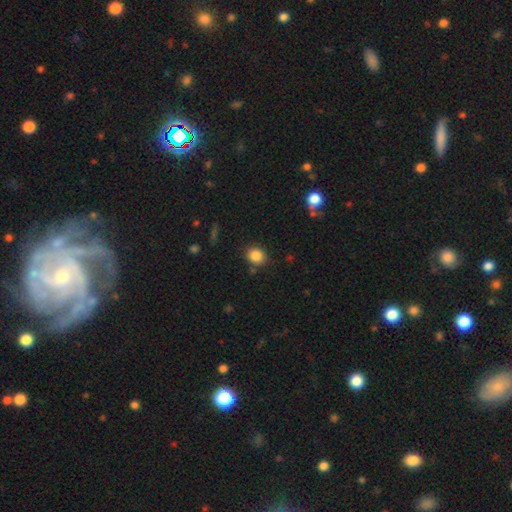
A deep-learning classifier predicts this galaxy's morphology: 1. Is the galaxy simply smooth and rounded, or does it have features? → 85% smooth, 10% star or artifact, 5% featured or disk.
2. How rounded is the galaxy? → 70% round, 29% in between, 1% cigar-shaped.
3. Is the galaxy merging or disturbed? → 83% none, 11% minor disturbance, 4% merger, 3% major disturbance.